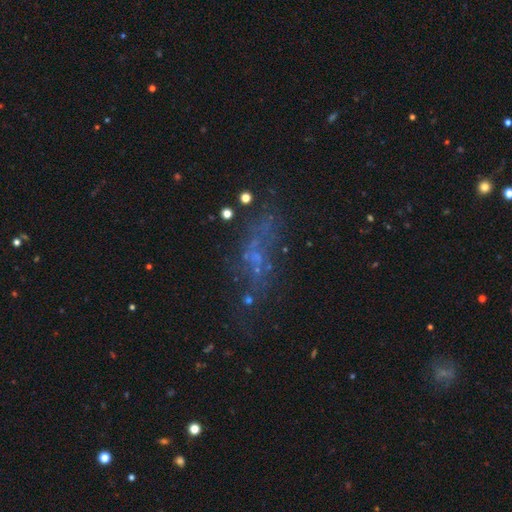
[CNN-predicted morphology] smooth-or-featured: featured or disk: 43% | star or artifact: 30% | smooth: 27%
  merging: none: 48% | major disturbance: 23% | minor disturbance: 17% | merger: 12%